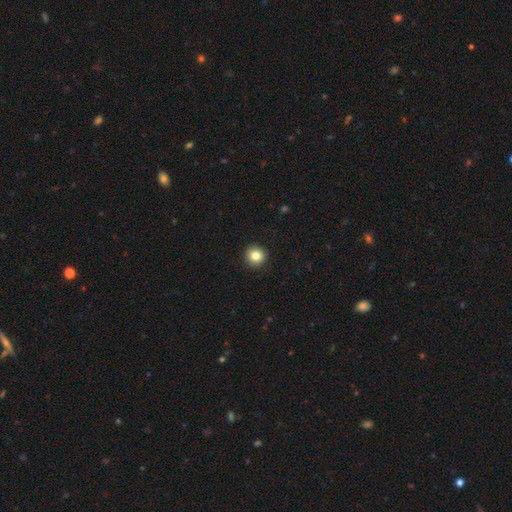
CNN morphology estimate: Smooth or featured: smooth — 84% (star or artifact — 10%)
How rounded: round — 94% (in between — 5%)
Merging: none — 93% (minor disturbance — 5%)